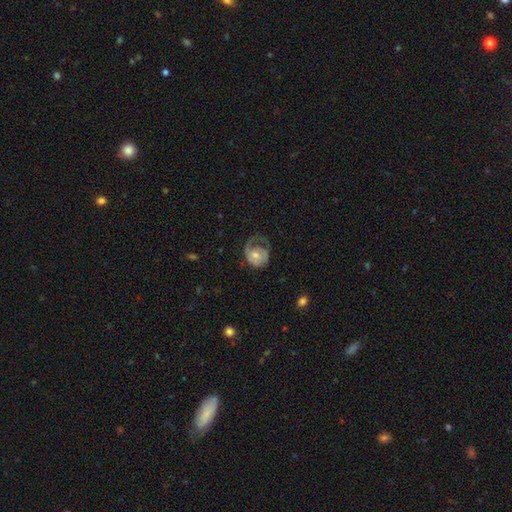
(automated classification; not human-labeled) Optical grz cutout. It shows a featured or disk galaxy (61%) with no bar (74%), spiral arms (78%) and a moderate central bulge (57%). Merging: major disturbance (41%).